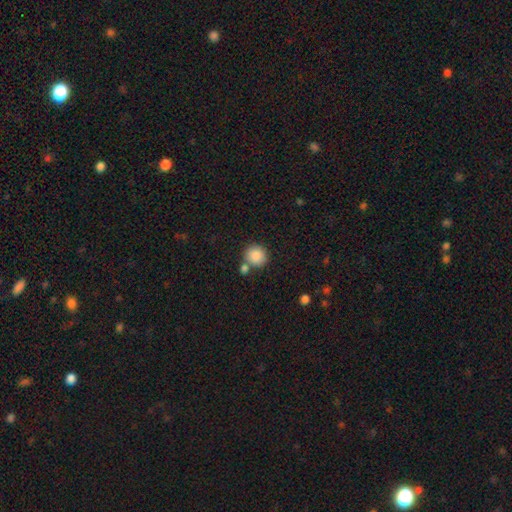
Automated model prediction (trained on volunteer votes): The model was most divided on "merging": none: 66%, merger: 21%, minor disturbance: 10%, major disturbance: 3%. More confident: how rounded — round (89%); smooth or featured — smooth (87%).